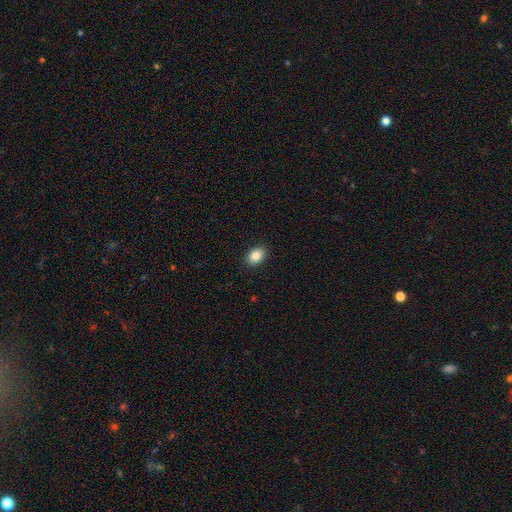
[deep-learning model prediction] A smooth galaxy with no disk features (87%) that is in between round and cigar-shaped (77%).

Vote fractions:
- Smooth or featured? smooth: 87% / star or artifact: 8% / featured or disk: 5%
- How rounded? in between: 77% / round: 22% / cigar-shaped: 1%
- Merging? none: 89% / minor disturbance: 8% / major disturbance: 2% / merger: 1%